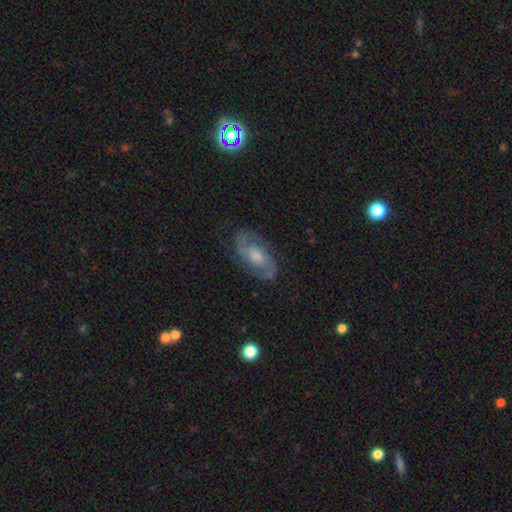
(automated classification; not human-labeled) A featured or disk galaxy (82%) with no bar (53%), 2 (90%) medium (53%) spiral arms (95%) and a moderate central bulge (50%).

Vote fractions:
- Smooth or featured? featured or disk: 82% / smooth: 10% / star or artifact: 7%
- Edge-on disk? no: 96% / yes: 4%
- Bar? no: 53% / weak: 39% / strong: 8%
- Spiral arms? yes: 95% / no: 5%
- Spiral winding? medium: 53% / tight: 30% / loose: 17%
- Spiral arm count? 2: 90% / can't tell: 5% / 3: 2% / 1: 1% / 4: 1% / more than 4: 1%
- Bulge size? moderate: 50% / small: 27% / large: 13% / none: 8% / dominant: 2%
- Merging? none: 81% / minor disturbance: 13% / major disturbance: 4% / merger: 1%